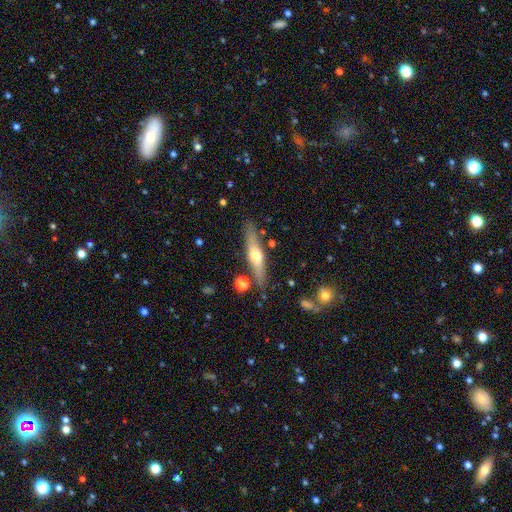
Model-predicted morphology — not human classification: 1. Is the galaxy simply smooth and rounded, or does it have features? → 54% featured or disk, 41% smooth, 6% star or artifact.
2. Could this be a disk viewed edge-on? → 89% yes, 11% no.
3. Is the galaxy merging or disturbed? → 82% none, 12% minor disturbance, 4% merger, 3% major disturbance.